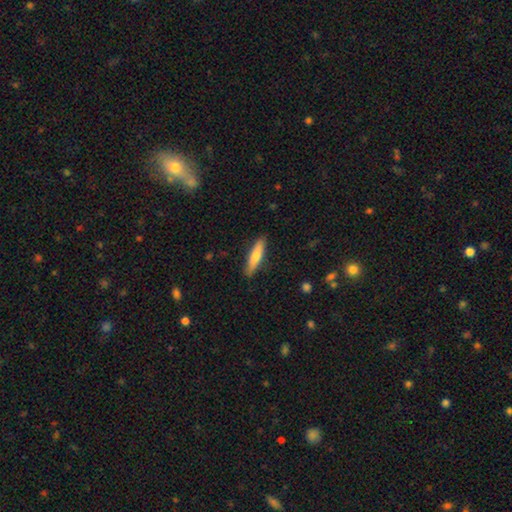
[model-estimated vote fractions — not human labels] smooth 66%, featured or disk 28%, star or artifact 6%. Down the decision tree: how rounded — cigar-shaped (80%); merging — none (89%).